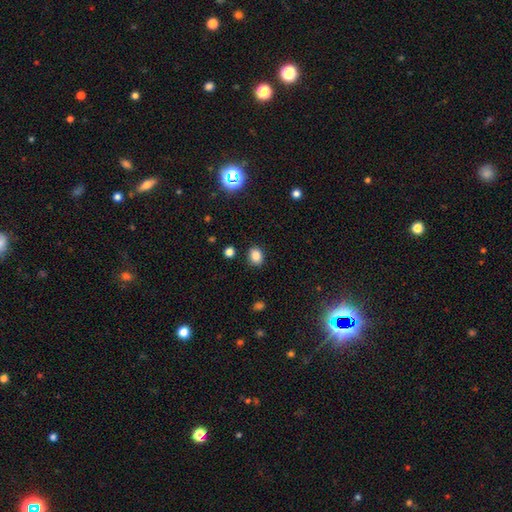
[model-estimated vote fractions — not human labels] Smooth or featured? Predicted: smooth (p=0.84). How rounded? Predicted: in between (p=0.55). Merging? Predicted: none (p=0.87).